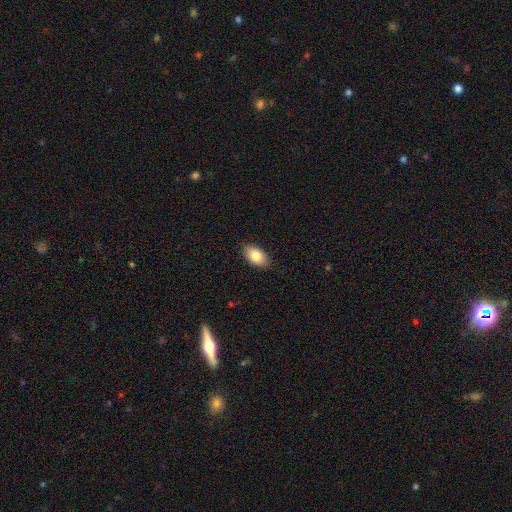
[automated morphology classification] This is clearly a smooth galaxy (84%). How rounded: clearly in between (93%). Merging: clearly none (86%).